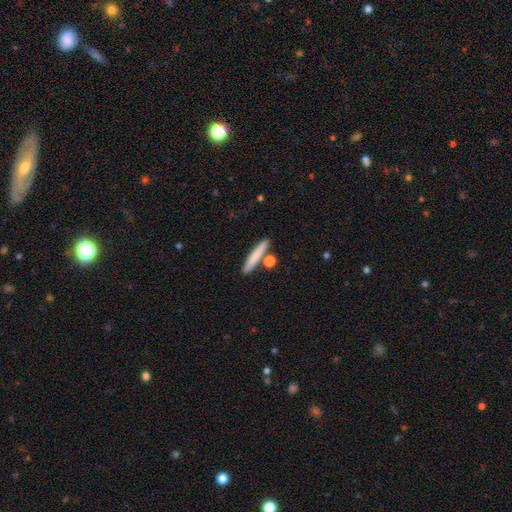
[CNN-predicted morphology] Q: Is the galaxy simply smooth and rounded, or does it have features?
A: smooth — 77%.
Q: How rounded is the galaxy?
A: cigar-shaped — 88%.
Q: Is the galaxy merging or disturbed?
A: none — 80%.